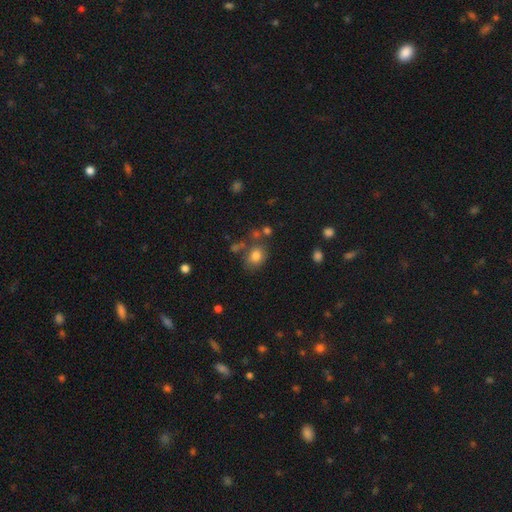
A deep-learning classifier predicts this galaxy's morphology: A smooth galaxy with no disk features (79%) that is round (50%).

Vote fractions:
- Smooth or featured? smooth: 79% / star or artifact: 12% / featured or disk: 9%
- How rounded? round: 50% / in between: 49% / cigar-shaped: 1%
- Merging? none: 65% / minor disturbance: 17% / merger: 11% / major disturbance: 7%